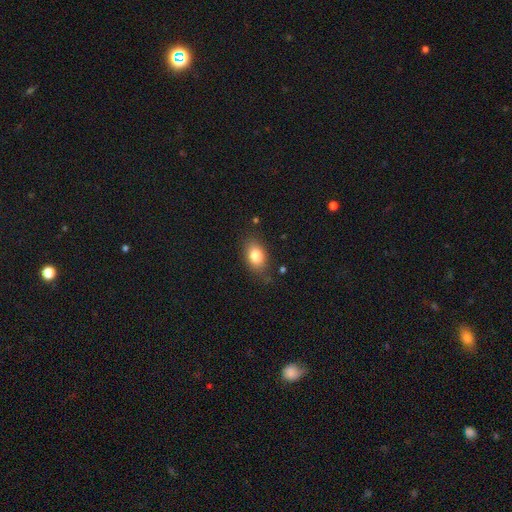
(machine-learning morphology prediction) Smooth or featured? smooth (81%)
How rounded? in between (80%)
Merging? none (78%)